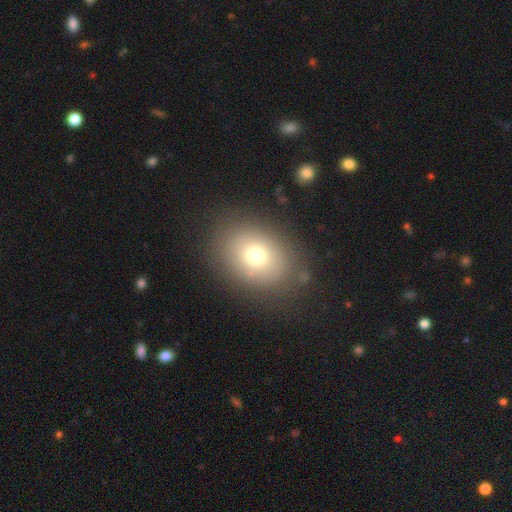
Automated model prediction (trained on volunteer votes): Overall: smooth (73%). How rounded: in between (64%; round 35%). Merging: none (82%).